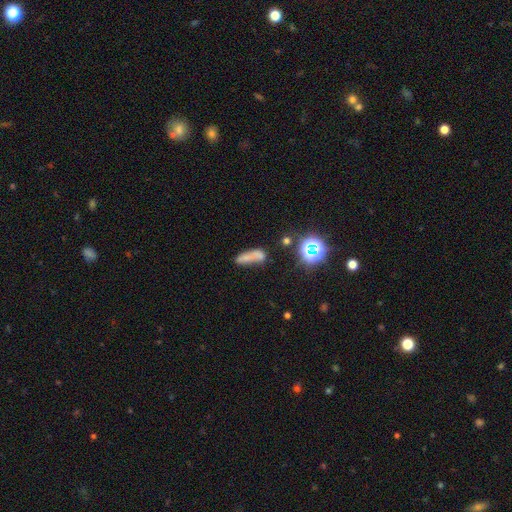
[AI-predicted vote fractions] A smooth galaxy with no disk features (59%) that is in between round and cigar-shaped (50%). Merging: none (35%).